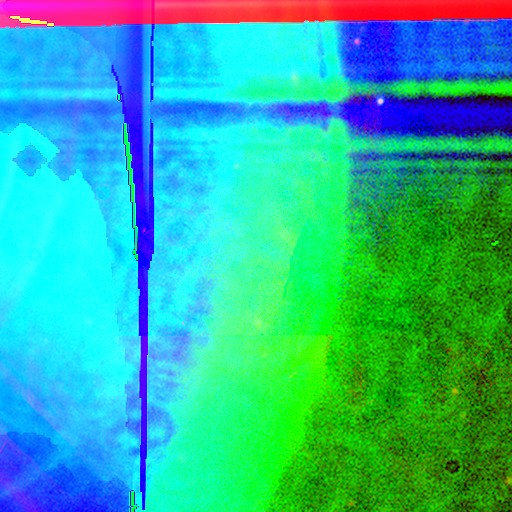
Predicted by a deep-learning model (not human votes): This is clearly a star or artifact rather than a galaxy (83%).